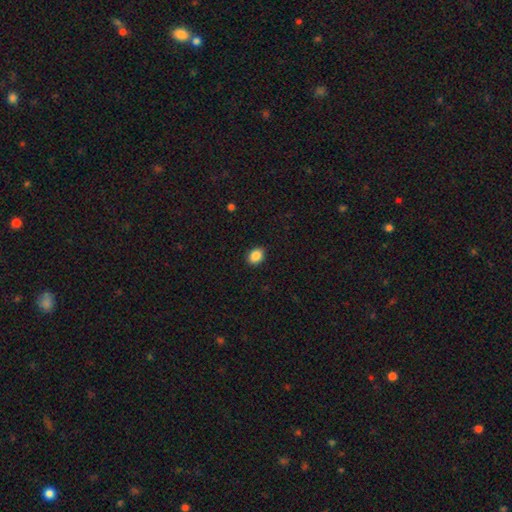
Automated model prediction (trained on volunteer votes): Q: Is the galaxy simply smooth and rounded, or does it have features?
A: smooth — 88%.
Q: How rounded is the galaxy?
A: in between — 66%.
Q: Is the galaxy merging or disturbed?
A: none — 90%.